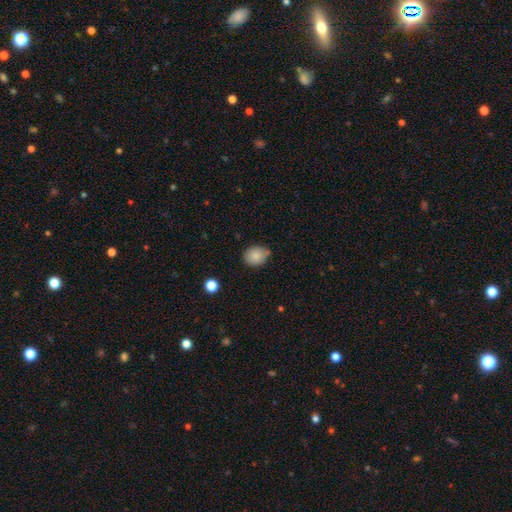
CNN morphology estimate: type=smooth (84%); roundness=round (58%); merging=none (73%).